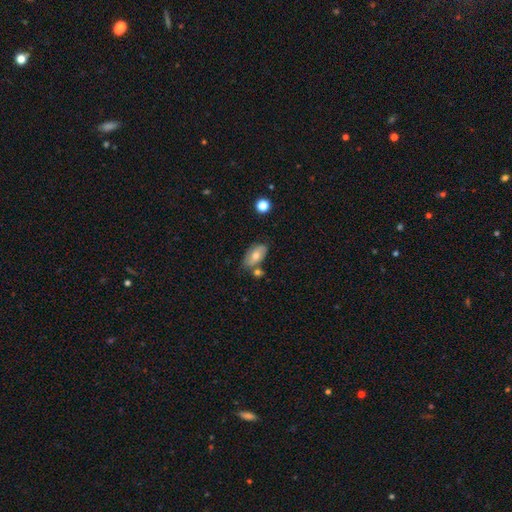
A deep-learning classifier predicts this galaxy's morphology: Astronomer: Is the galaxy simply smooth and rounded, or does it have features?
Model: smooth — 61%.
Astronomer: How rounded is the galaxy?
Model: in between — 91%.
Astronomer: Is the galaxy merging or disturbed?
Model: none — 65%.